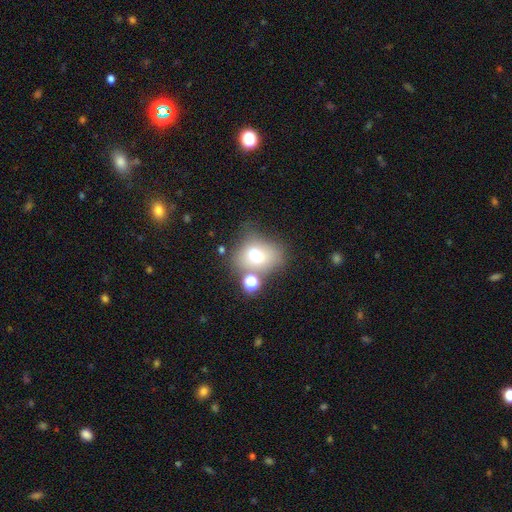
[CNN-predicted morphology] Smooth or featured: smooth — 65% (featured or disk — 21%)
How rounded: in between — 68% (round — 31%)
Merging: none — 41% (merger — 27%)